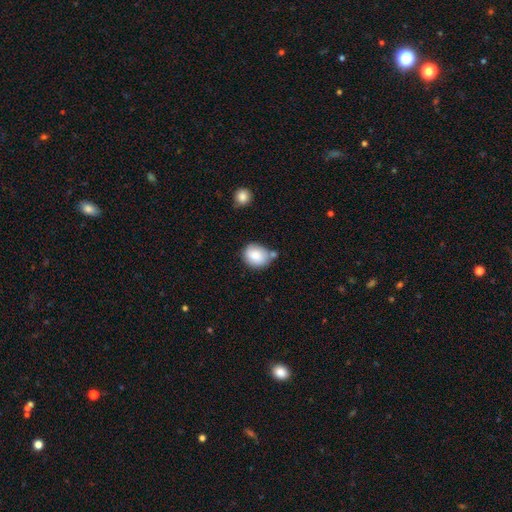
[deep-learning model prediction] The model was most divided on "how rounded": round: 58%, in between: 41%, cigar-shaped: 1%. More confident: smooth or featured — smooth (84%); merging — none (53%).